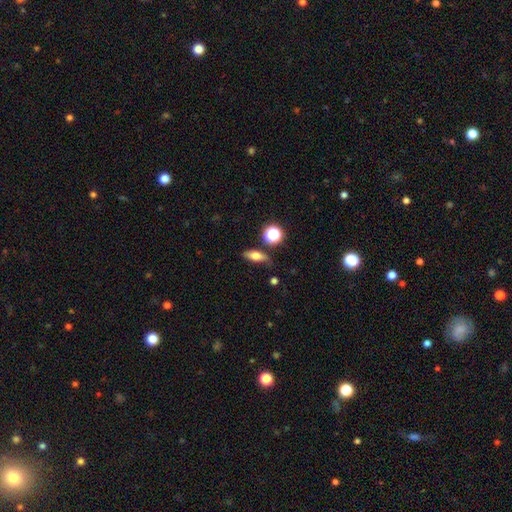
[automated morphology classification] type=smooth (67%); roundness=in between (67%); merging=none (69%).